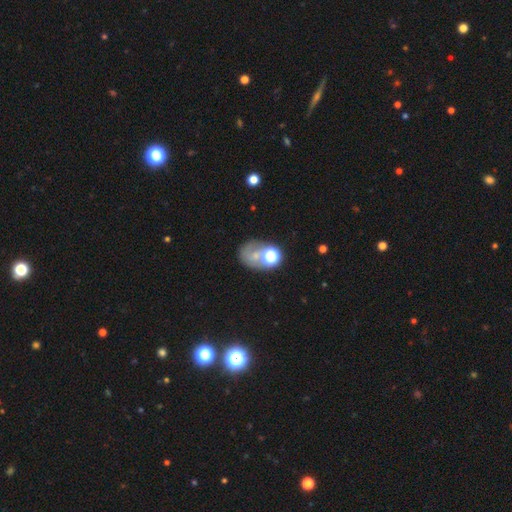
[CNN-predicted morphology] This is possibly a smooth galaxy (48%). Merging: marginally none (36%).